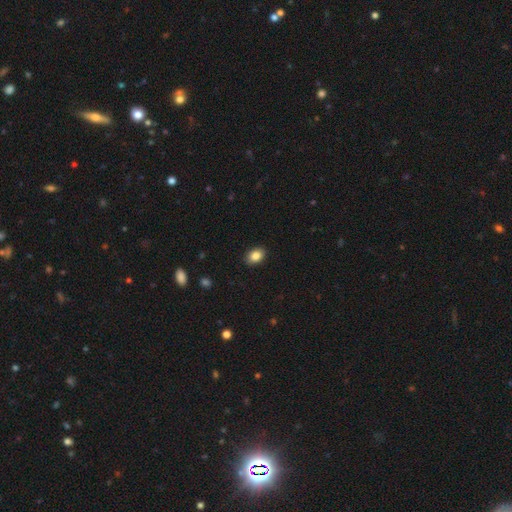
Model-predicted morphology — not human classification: smooth 86%, star or artifact 8%, featured or disk 5%. Down the decision tree: how rounded — in between (76%); merging — none (89%).